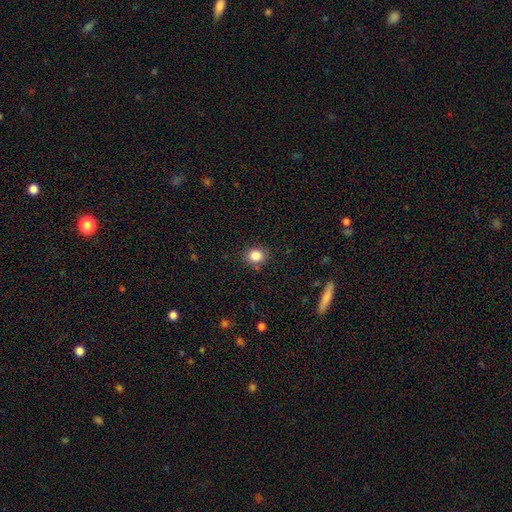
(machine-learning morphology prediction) smooth 85%, star or artifact 11%, featured or disk 5%. Down the decision tree: how rounded — round (75%); merging — none (85%).